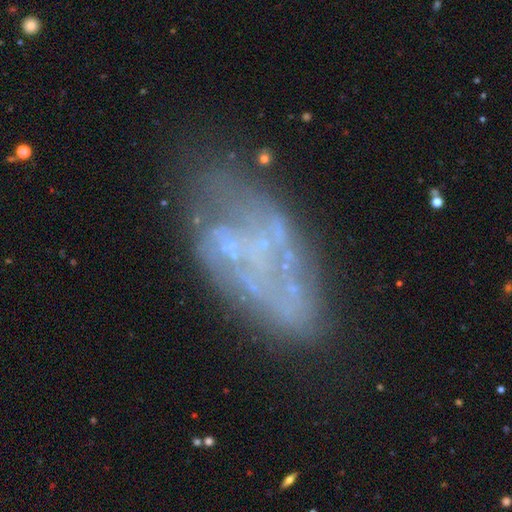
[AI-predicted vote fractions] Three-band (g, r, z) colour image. It shows a featured or disk galaxy (65%) with no bar (87%), no spiral arms (77%) and no central bulge (68%). Merging: none (54%).